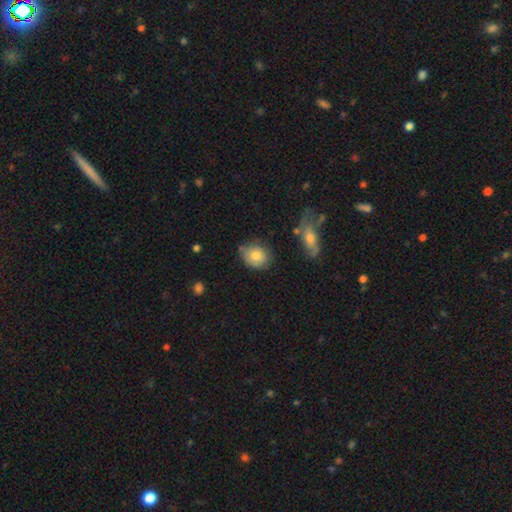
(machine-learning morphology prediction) This appears to be a smooth galaxy with no disk features (76%) that is round (57%). Merging: none (64%).